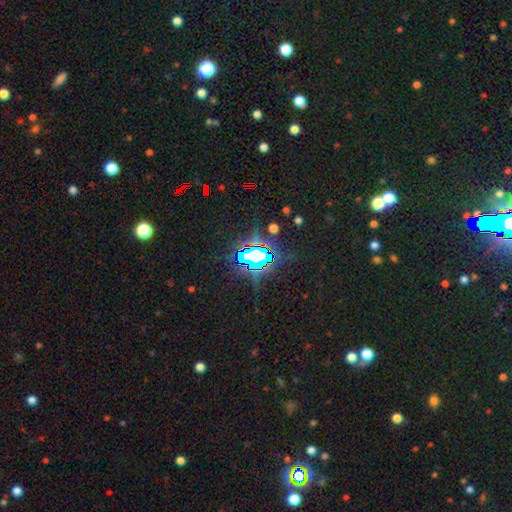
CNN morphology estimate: Smooth or featured: star or artifact — 74% (smooth — 14%)